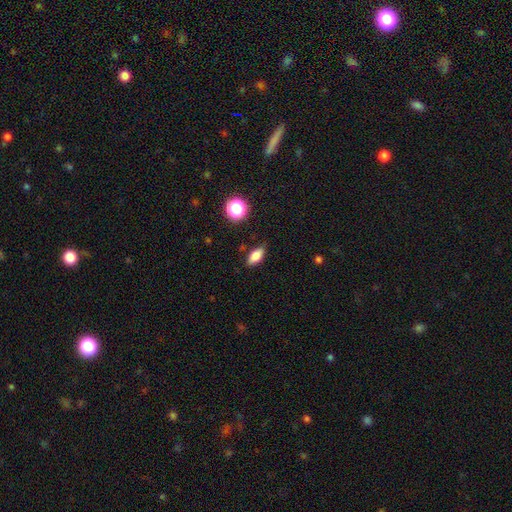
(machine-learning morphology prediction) This is likely a smooth galaxy (78%). How rounded: clearly in between (83%). Merging: clearly none (82%).